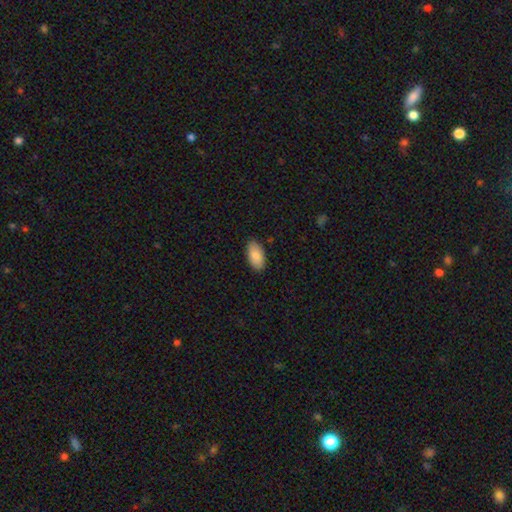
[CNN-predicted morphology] This appears to be a smooth galaxy with no disk features (85%) that is in between round and cigar-shaped (94%). Merging: none (87%).